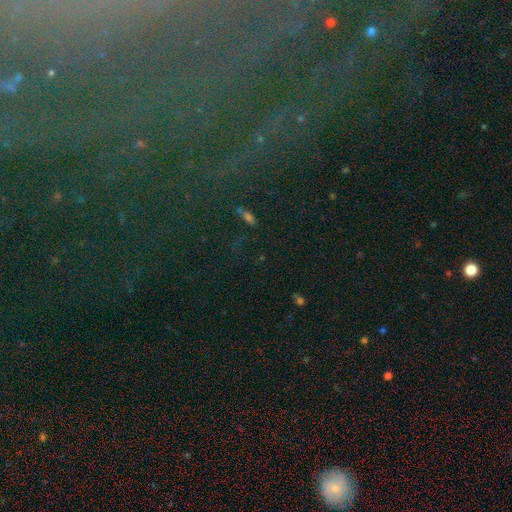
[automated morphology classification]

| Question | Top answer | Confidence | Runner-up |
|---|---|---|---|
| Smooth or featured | star or artifact | 67% | featured or disk (19%) |